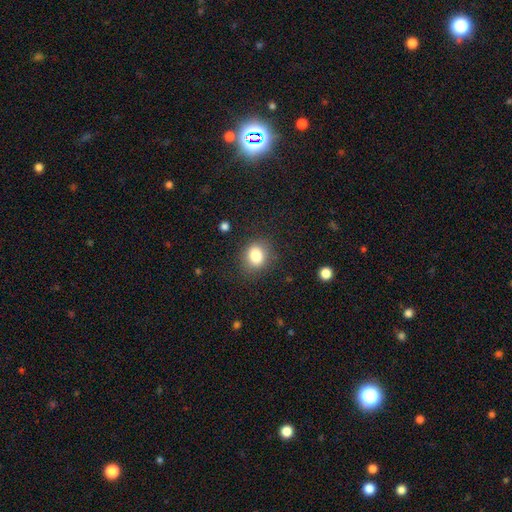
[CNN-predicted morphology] A smooth galaxy with no disk features (83%) that is round (62%). Merging: none (83%).